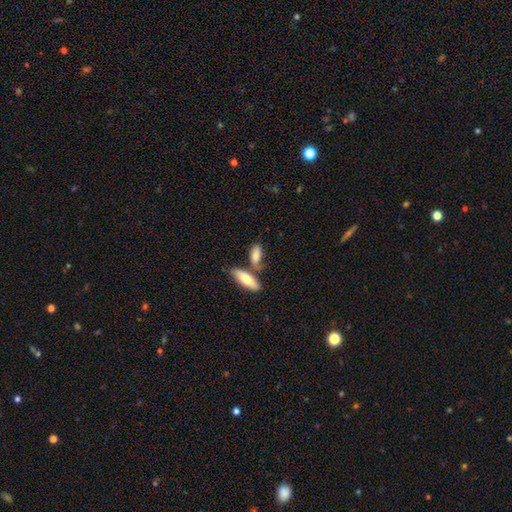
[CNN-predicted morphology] Q: Smooth or featured?
A: smooth (79%); runner-up: featured or disk (15%)
Q: How rounded?
A: in between (71%); runner-up: cigar-shaped (26%)
Q: Merging?
A: none (51%); runner-up: merger (32%)